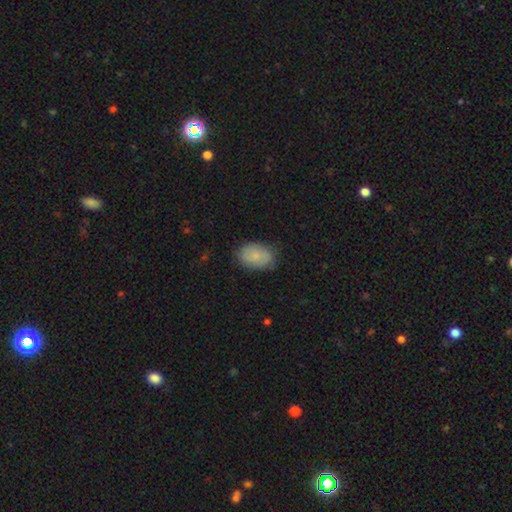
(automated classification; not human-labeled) Overall: smooth (73%). How rounded: in between (85%). Merging: none (78%).